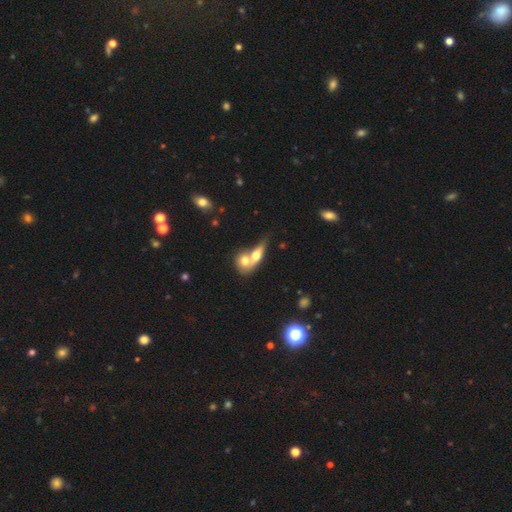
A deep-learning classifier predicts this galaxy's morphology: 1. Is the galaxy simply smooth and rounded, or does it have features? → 59% smooth, 34% featured or disk, 7% star or artifact.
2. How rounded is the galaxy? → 55% in between, 23% cigar-shaped, 22% round.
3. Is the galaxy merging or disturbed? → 71% merger, 20% none, 6% minor disturbance, 4% major disturbance.